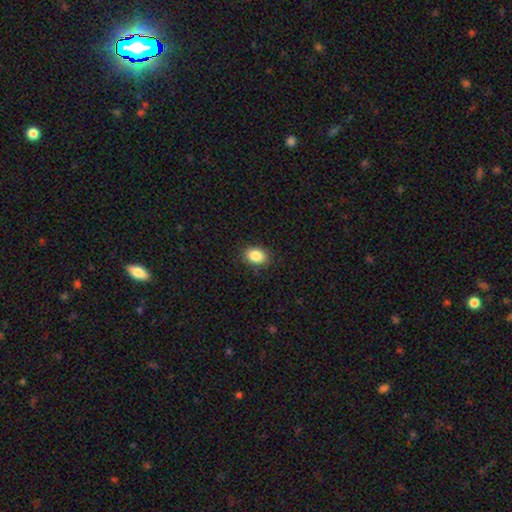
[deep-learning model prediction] A smooth galaxy with no disk features (87%) that is in between round and cigar-shaped (76%).

Vote fractions:
- Smooth or featured? smooth: 87% / star or artifact: 9% / featured or disk: 5%
- How rounded? in between: 76% / round: 23% / cigar-shaped: 1%
- Merging? none: 87% / minor disturbance: 9% / major disturbance: 2% / merger: 1%